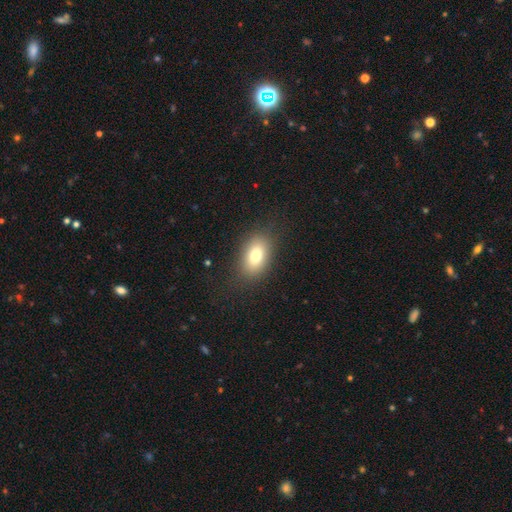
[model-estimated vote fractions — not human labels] Smooth or featured: smooth — 77% (featured or disk — 13%)
How rounded: in between — 86% (round — 12%)
Merging: none — 84% (minor disturbance — 10%)